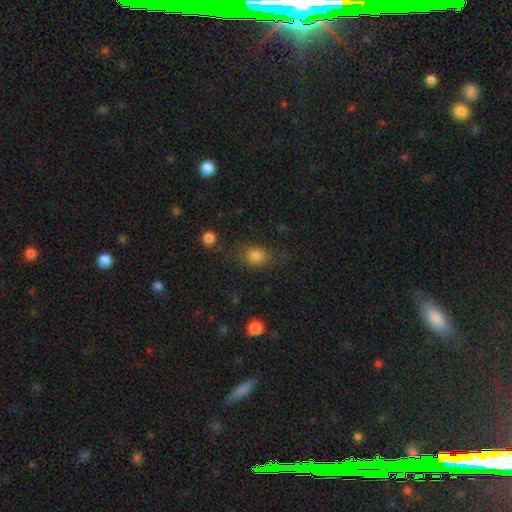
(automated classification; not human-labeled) Smooth or featured? smooth (80%)
How rounded? round (52%)
Merging? none (69%)